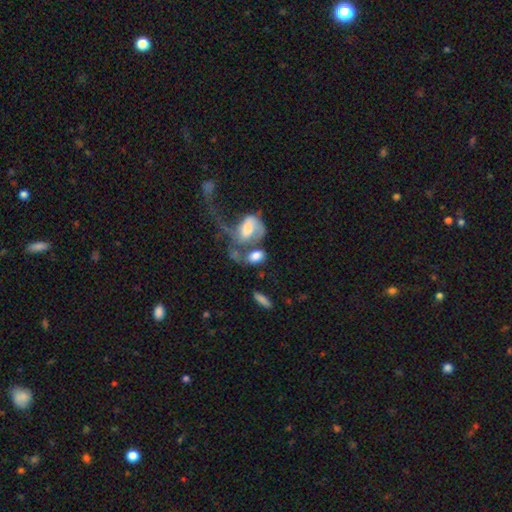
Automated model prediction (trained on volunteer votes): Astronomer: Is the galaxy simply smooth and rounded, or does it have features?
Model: smooth — 58%.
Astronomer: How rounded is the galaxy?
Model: in between — 80%.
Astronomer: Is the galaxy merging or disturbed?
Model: merger — 51%.